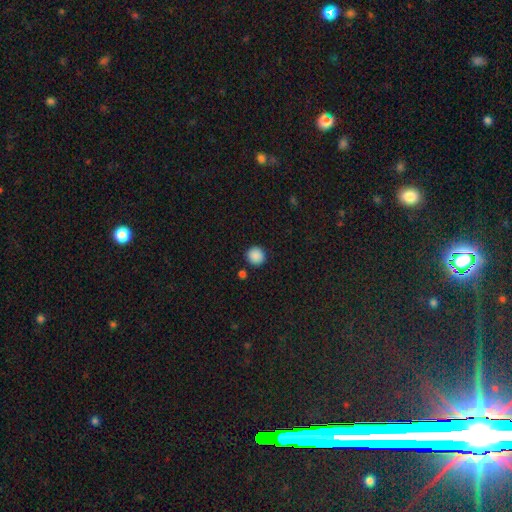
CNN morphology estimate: smooth_or_featured: smooth (p=0.88) [alt: star or artifact p=0.09]
how_rounded: round (p=0.94) [alt: in between p=0.05]
merging: none (p=0.89) [alt: minor disturbance p=0.06]